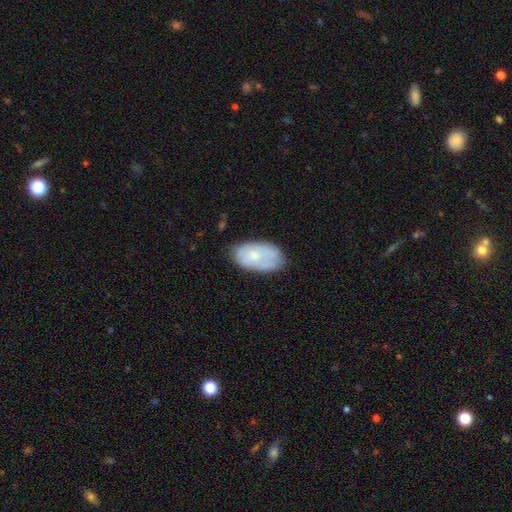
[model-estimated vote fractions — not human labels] A smooth galaxy with no disk features (63%) that is in between round and cigar-shaped (94%).

Vote fractions:
- Smooth or featured? smooth: 63% / featured or disk: 30% / star or artifact: 7%
- How rounded? in between: 94% / round: 5% / cigar-shaped: 2%
- Merging? none: 60% / minor disturbance: 29% / major disturbance: 7% / merger: 3%